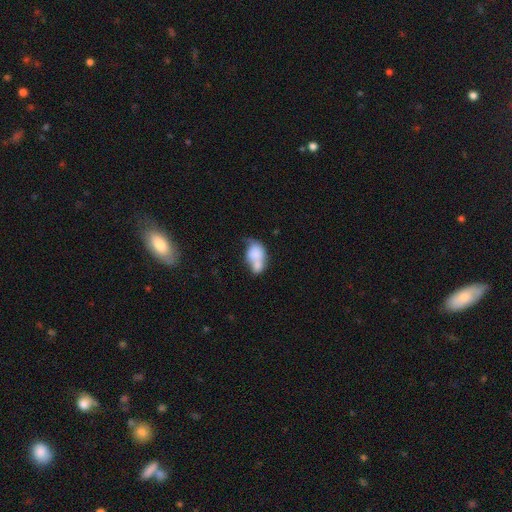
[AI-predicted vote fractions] Smooth or featured? smooth (71%)
How rounded? in between (76%)
Merging? merger (61%)